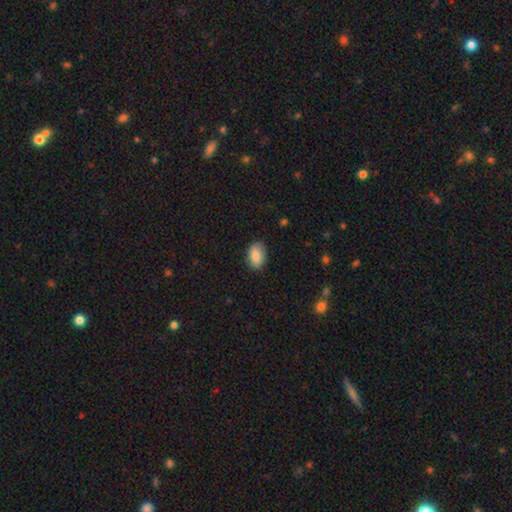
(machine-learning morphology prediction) A smooth galaxy with no disk features (83%) that is in between round and cigar-shaped (89%).

Vote fractions:
- Smooth or featured? smooth: 83% / featured or disk: 10% / star or artifact: 7%
- How rounded? in between: 89% / round: 10% / cigar-shaped: 2%
- Merging? none: 86% / minor disturbance: 11% / major disturbance: 2% / merger: 1%